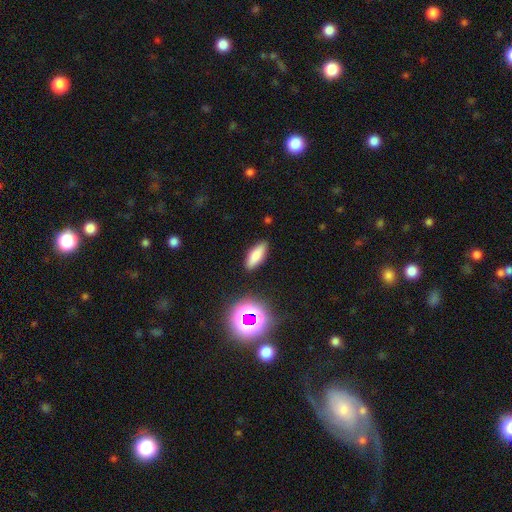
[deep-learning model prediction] Q: Smooth or featured?
A: smooth (77%); runner-up: star or artifact (12%)
Q: How rounded?
A: in between (71%); runner-up: cigar-shaped (26%)
Q: Merging?
A: none (86%); runner-up: minor disturbance (9%)